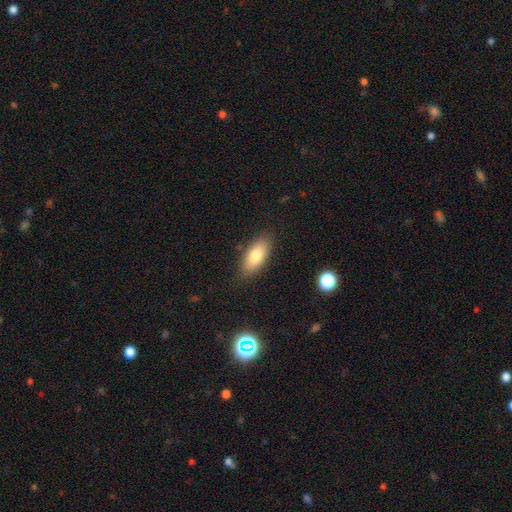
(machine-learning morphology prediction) Smooth or featured: smooth — 79% (featured or disk — 14%)
How rounded: in between — 85% (cigar-shaped — 12%)
Merging: none — 84% (minor disturbance — 12%)